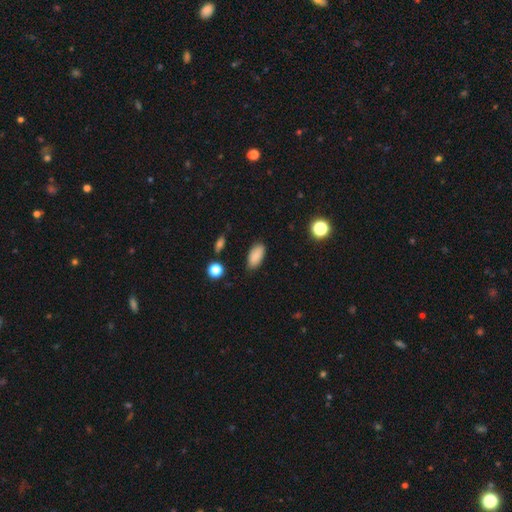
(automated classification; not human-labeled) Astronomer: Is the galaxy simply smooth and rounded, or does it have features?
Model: smooth — 86%.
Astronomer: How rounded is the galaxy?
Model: in between — 90%.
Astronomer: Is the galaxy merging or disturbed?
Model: none — 83%.